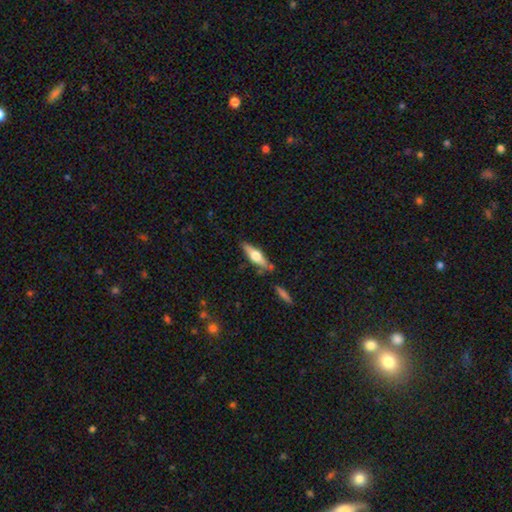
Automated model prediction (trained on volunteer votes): Q: Smooth or featured?
A: featured or disk (52%); runner-up: smooth (43%)
Q: Edge-on disk?
A: yes (92%); runner-up: no (8%)
Q: Merging?
A: none (78%); runner-up: minor disturbance (13%)